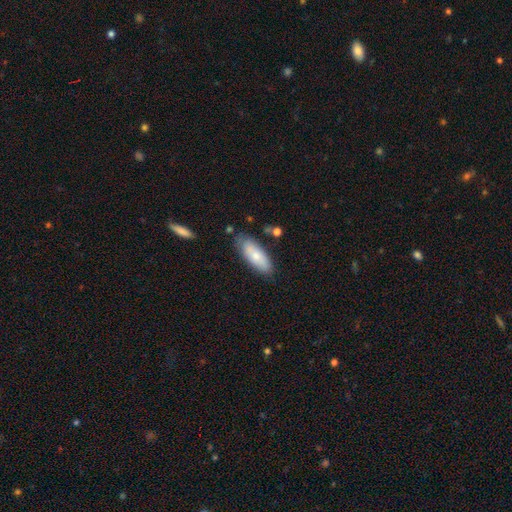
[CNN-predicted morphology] Smooth or featured? smooth (72%)
How rounded? in between (73%)
Merging? none (76%)